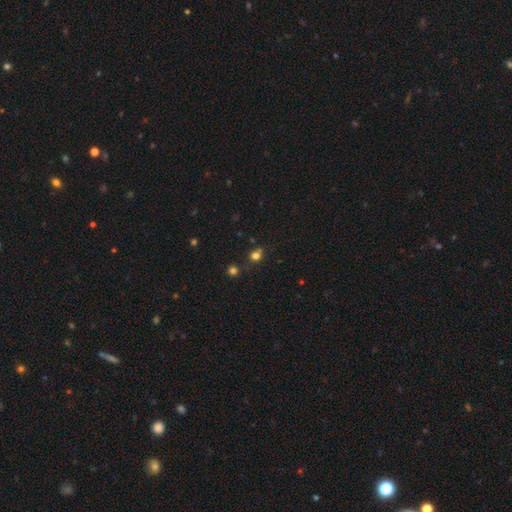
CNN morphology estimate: A smooth galaxy with no disk features (68%) that is round (81%).

Vote fractions:
- Smooth or featured? smooth: 68% / star or artifact: 25% / featured or disk: 8%
- How rounded? round: 81% / in between: 18% / cigar-shaped: 1%
- Merging? none: 65% / merger: 18% / minor disturbance: 12% / major disturbance: 5%